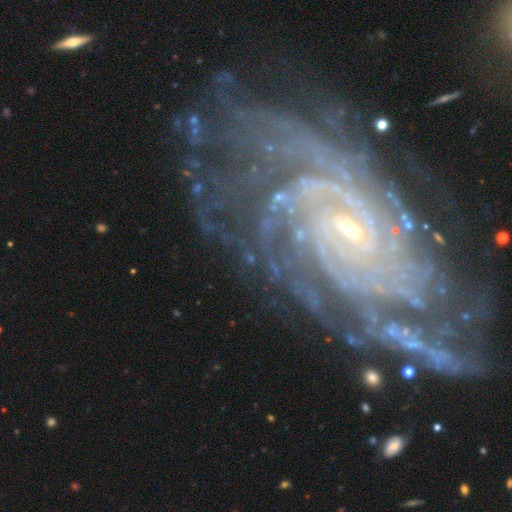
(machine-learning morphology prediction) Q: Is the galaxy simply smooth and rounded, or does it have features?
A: featured or disk — 91%.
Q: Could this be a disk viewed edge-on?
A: no — 96%.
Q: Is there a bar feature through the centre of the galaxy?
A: no — 43%.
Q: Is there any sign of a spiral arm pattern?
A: yes — 98%.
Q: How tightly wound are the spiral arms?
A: tight — 76%.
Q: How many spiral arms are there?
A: more than 4 — 24%.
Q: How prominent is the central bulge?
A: small — 77%.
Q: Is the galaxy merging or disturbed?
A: none — 67%.